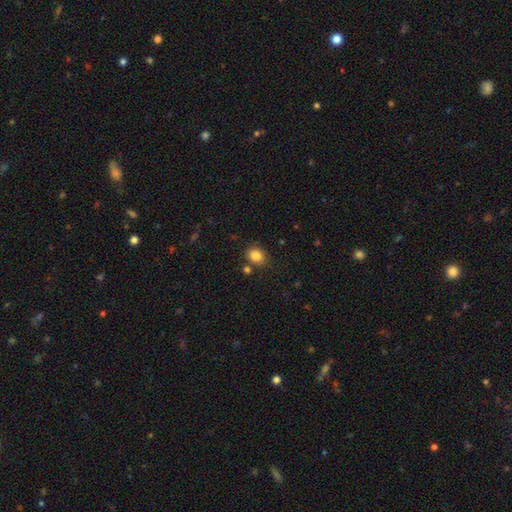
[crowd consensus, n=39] smooth_or_featured: smooth (p=0.90) [alt: featured or disk p=0.08]
how_rounded: round (p=0.51) [alt: in between p=0.49]
merging: none (p=0.79) [alt: major disturbance p=0.08]